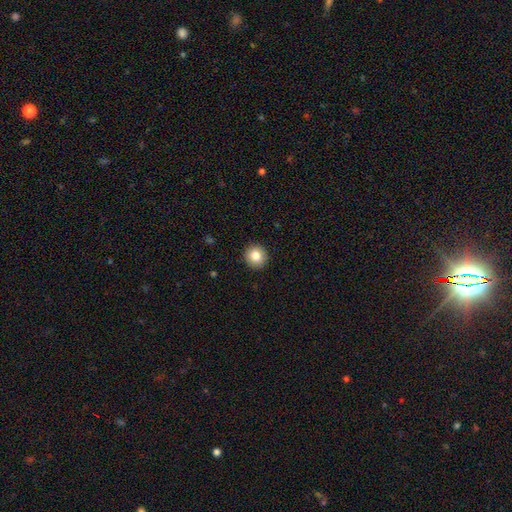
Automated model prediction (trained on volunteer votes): The model was most divided on "smooth or featured": smooth: 83%, star or artifact: 9%, featured or disk: 8%. More confident: merging — none (92%); how rounded — round (92%).